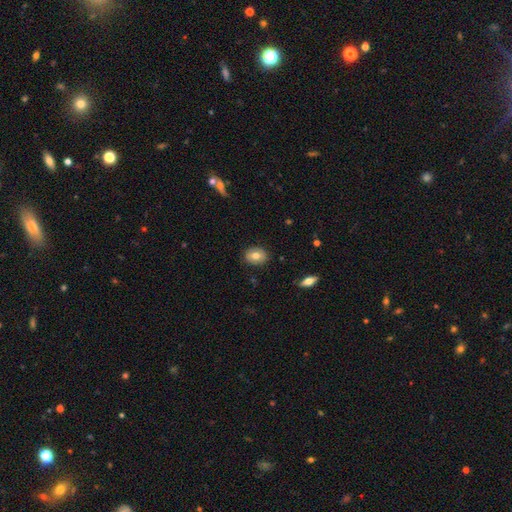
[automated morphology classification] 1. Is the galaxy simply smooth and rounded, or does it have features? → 75% smooth, 17% featured or disk, 8% star or artifact.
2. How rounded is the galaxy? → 64% in between, 35% round, 1% cigar-shaped.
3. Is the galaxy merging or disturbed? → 87% none, 10% minor disturbance, 2% major disturbance, 1% merger.